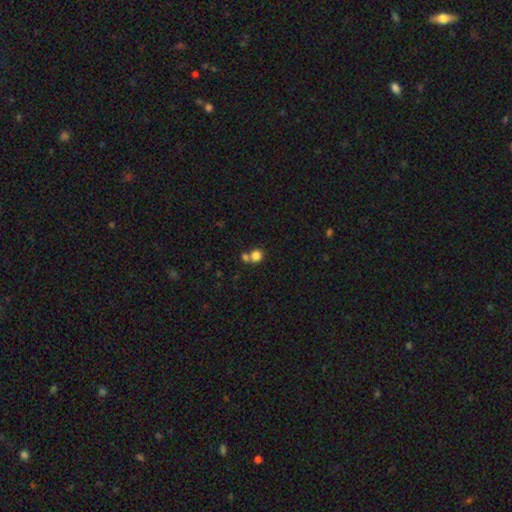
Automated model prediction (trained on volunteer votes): smooth_or_featured: smooth (p=0.82) [alt: star or artifact p=0.11]
how_rounded: round (p=0.86) [alt: in between p=0.13]
merging: none (p=0.53) [alt: merger p=0.36]